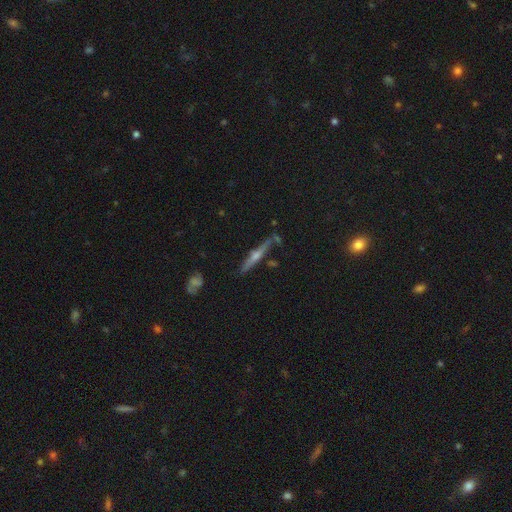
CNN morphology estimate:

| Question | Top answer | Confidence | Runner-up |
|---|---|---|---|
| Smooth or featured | featured or disk | 73% | smooth (19%) |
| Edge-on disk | yes | 96% | no (4%) |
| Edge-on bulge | rounded | 83% | none (10%) |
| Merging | none | 79% | minor disturbance (13%) |